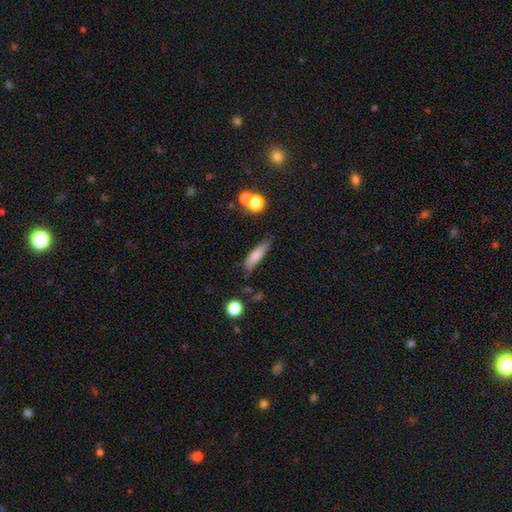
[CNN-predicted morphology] The model was most divided on "merging": none: 66%, minor disturbance: 24%, major disturbance: 6%, merger: 5%. More confident: smooth or featured — smooth (77%); how rounded — cigar-shaped (75%).